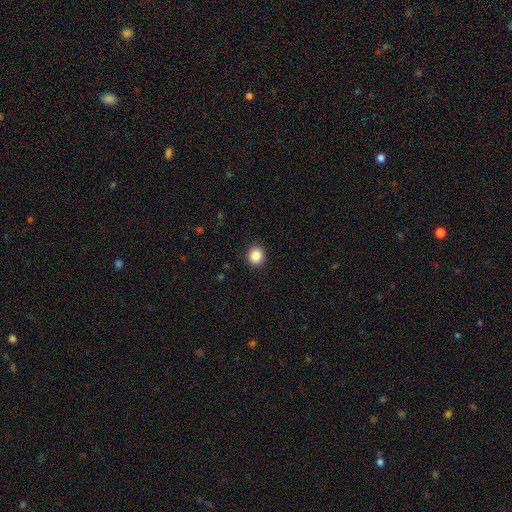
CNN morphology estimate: Q: Smooth or featured?
A: smooth (87%); runner-up: star or artifact (9%)
Q: How rounded?
A: round (85%); runner-up: in between (14%)
Q: Merging?
A: none (91%); runner-up: minor disturbance (6%)